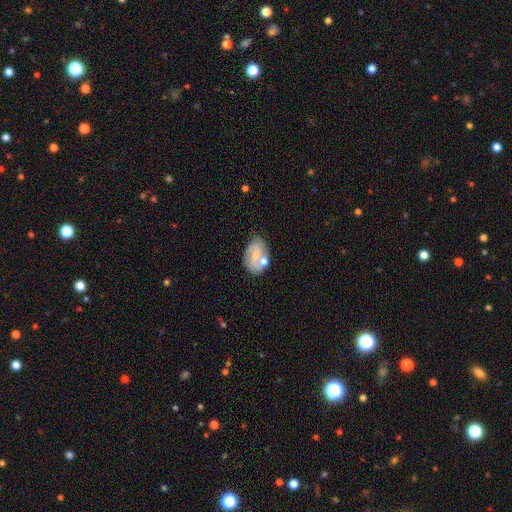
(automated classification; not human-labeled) Morphology: type=smooth (48%); merging=none (48%).